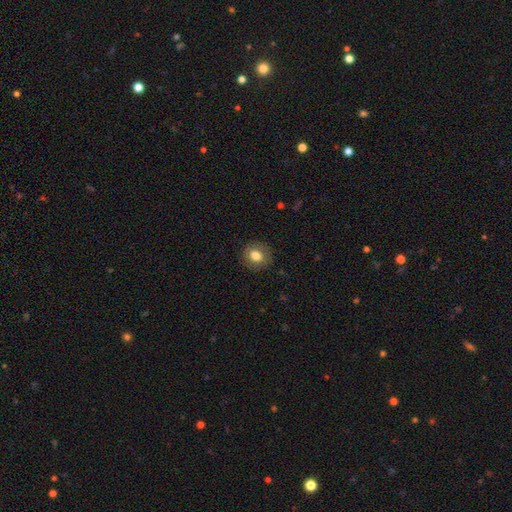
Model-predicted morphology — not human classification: Overall: smooth (76%). How rounded: round (72%). Merging: none (87%).